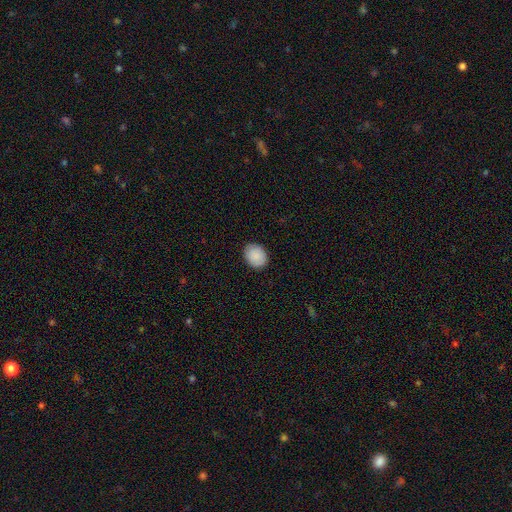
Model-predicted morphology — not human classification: Overall: smooth (89%). How rounded: in between (60%; round 39%). Merging: none (87%).